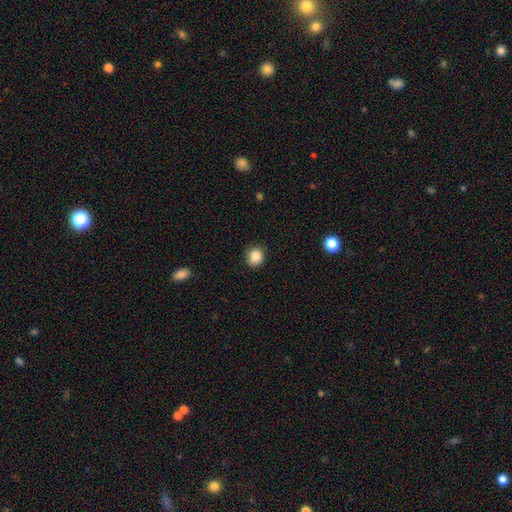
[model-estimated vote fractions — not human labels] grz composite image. It shows a smooth galaxy with no disk features (86%) that is round (81%). Merging: none (87%).